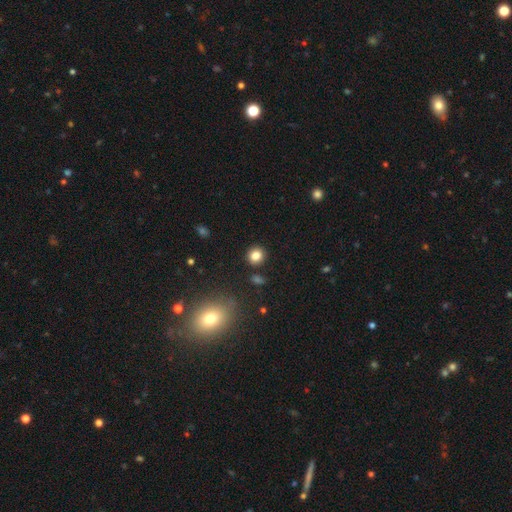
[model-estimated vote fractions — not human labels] Smooth or featured? Predicted: smooth (p=0.83). How rounded? Predicted: round (p=0.88). Merging? Predicted: none (p=0.89).